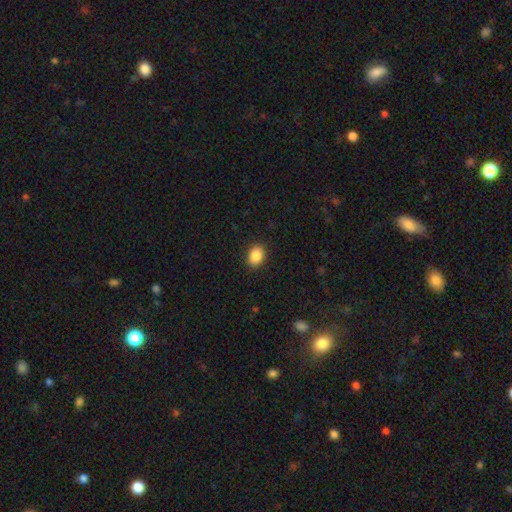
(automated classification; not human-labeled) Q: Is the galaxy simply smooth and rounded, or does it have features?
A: smooth — 88%.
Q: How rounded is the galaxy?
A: in between — 66%.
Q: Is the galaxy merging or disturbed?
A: none — 89%.